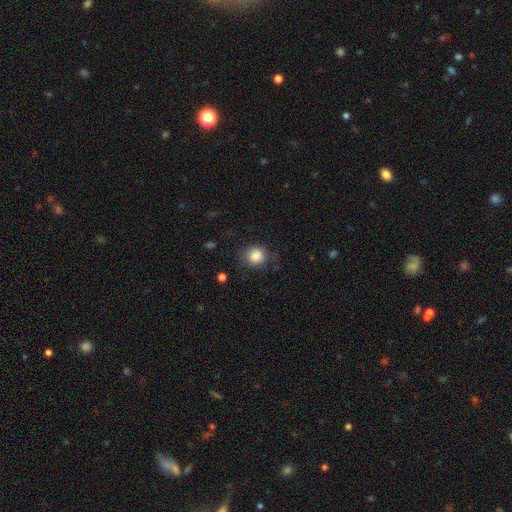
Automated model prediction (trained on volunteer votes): Smooth or featured? smooth (85%)
How rounded? round (83%)
Merging? none (75%)